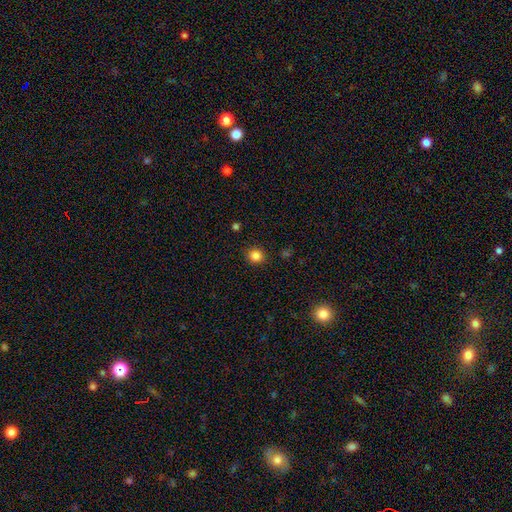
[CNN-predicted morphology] type=smooth (84%); roundness=round (87%); merging=none (90%).